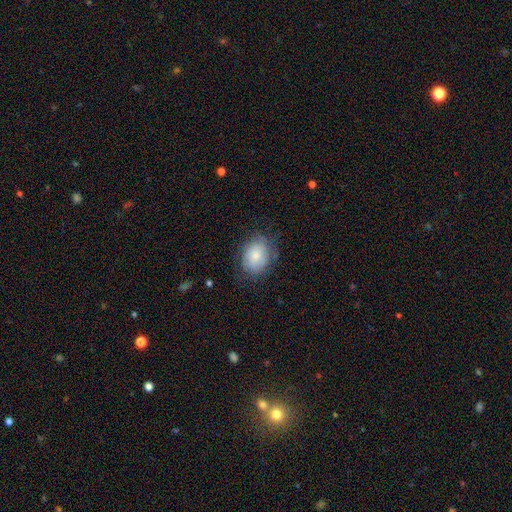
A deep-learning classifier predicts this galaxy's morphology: Overall: smooth (73%). How rounded: in between (66%; round 33%). Merging: none (66%).